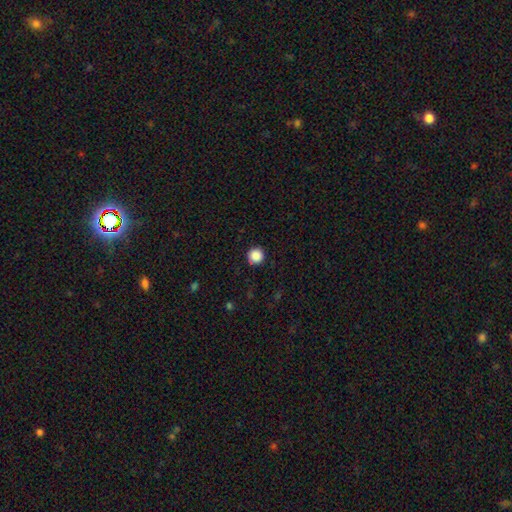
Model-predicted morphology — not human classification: A smooth galaxy with no disk features (88%) that is round (96%).

Vote fractions:
- Smooth or featured? smooth: 88% / star or artifact: 10% / featured or disk: 2%
- How rounded? round: 96% / in between: 3% / cigar-shaped: 1%
- Merging? none: 92% / minor disturbance: 5% / major disturbance: 2% / merger: 1%